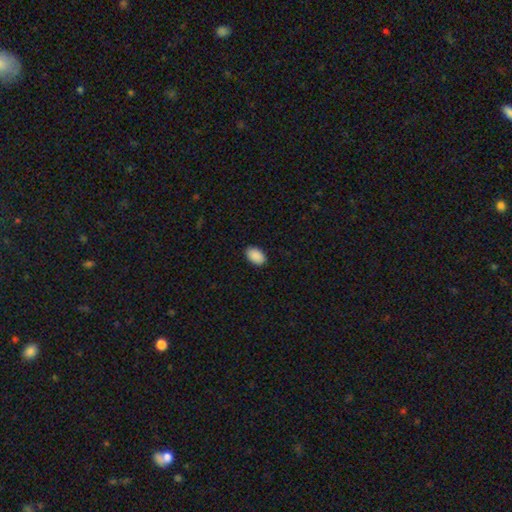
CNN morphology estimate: Smooth or featured: smooth — 91% (star or artifact — 7%)
How rounded: in between — 91% (round — 7%)
Merging: none — 90% (minor disturbance — 8%)